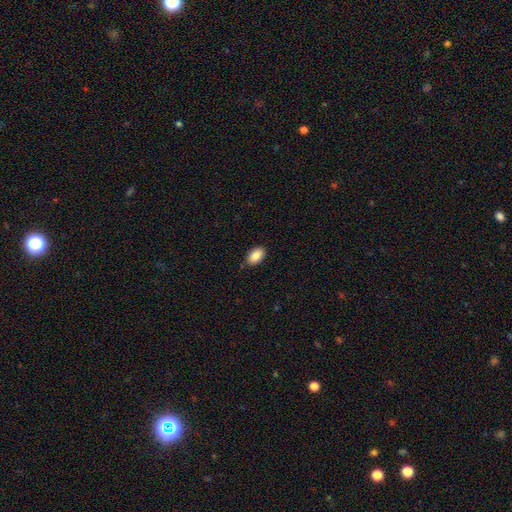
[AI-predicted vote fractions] The model was most divided on "merging": none: 86%, minor disturbance: 11%, major disturbance: 2%, merger: 1%. More confident: how rounded — in between (93%); smooth or featured — smooth (86%).